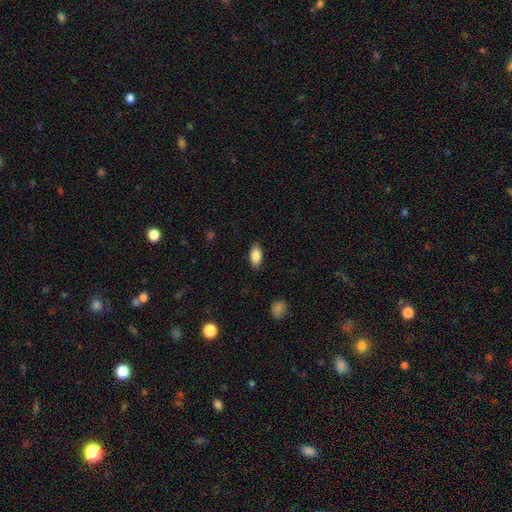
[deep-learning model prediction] A smooth galaxy with no disk features (87%) that is in between round and cigar-shaped (91%).

Vote fractions:
- Smooth or featured? smooth: 87% / star or artifact: 7% / featured or disk: 6%
- How rounded? in between: 91% / cigar-shaped: 5% / round: 4%
- Merging? none: 86% / minor disturbance: 10% / major disturbance: 3% / merger: 1%